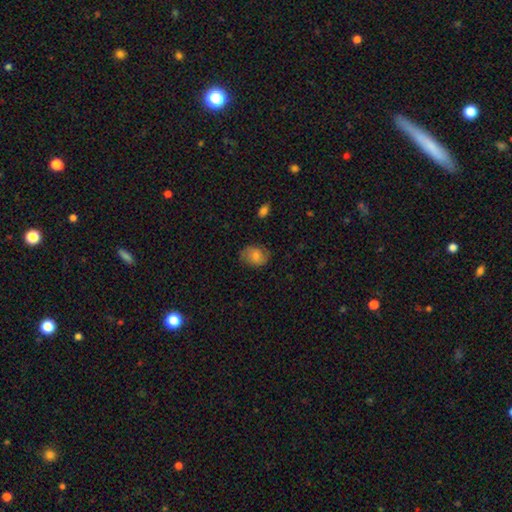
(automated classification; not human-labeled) smooth-or-featured: smooth: 64% | featured or disk: 26% | star or artifact: 9%
  how-rounded: in between: 54% | round: 44% | cigar-shaped: 1%
  merging: none: 77% | minor disturbance: 17% | major disturbance: 4% | merger: 1%